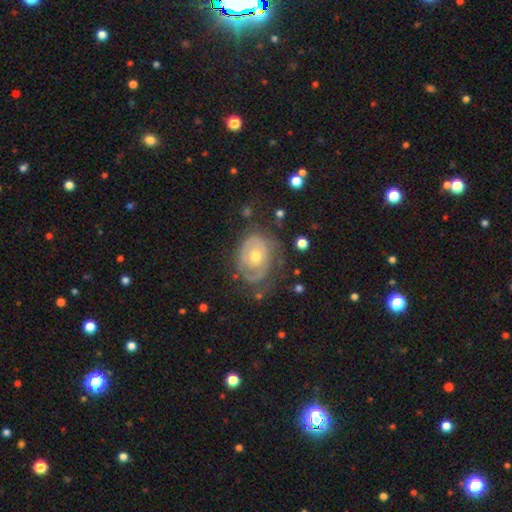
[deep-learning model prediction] Smooth or featured? featured or disk (74%)
Edge-on disk? no (96%)
Bar? no (83%)
Spiral arms? yes (68%)
Bulge size? moderate (70%)
Merging? none (57%)